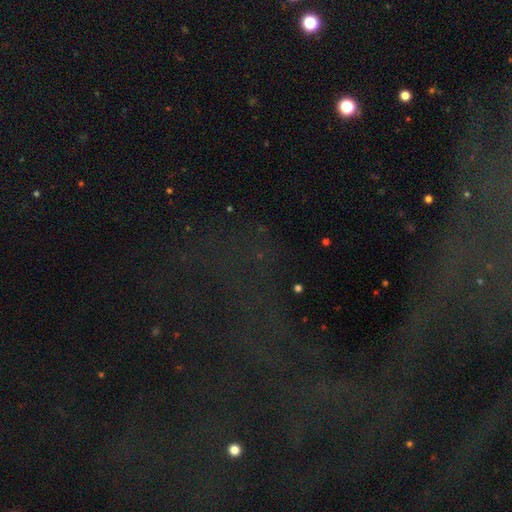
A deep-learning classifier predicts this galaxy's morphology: type=star or artifact (74%).